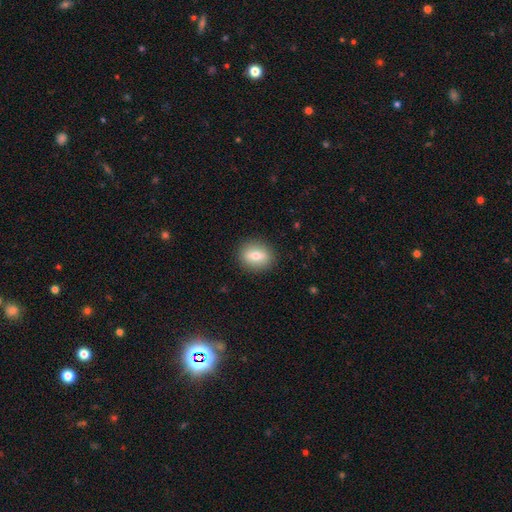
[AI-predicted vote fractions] A smooth galaxy with no disk features (71%) that is round (50%). Merging: none (89%).